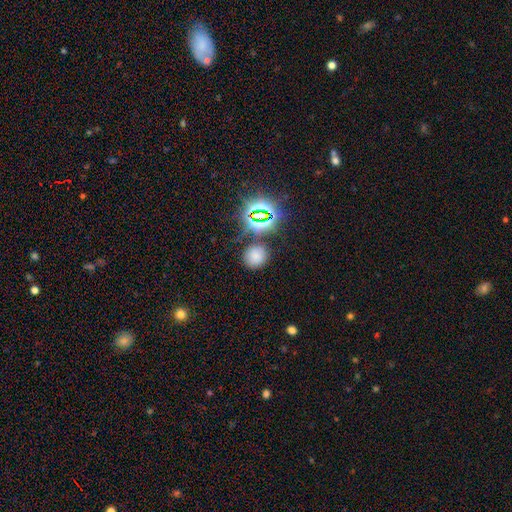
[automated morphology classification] type=smooth (67%); roundness=round (82%); merging=none (81%).